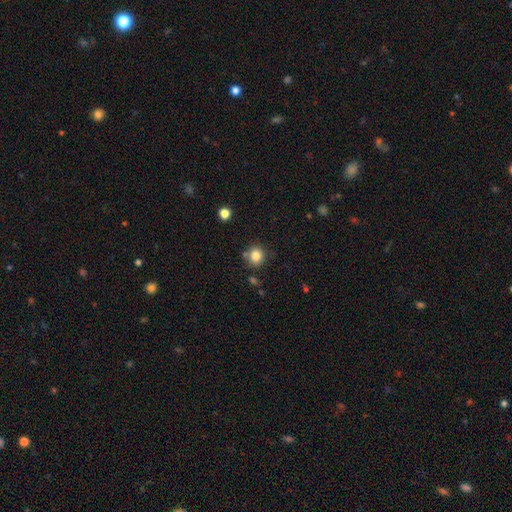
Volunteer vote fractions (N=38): This appears to be a smooth galaxy with no disk features (89%) that is round (79%). Merging: none (79%).